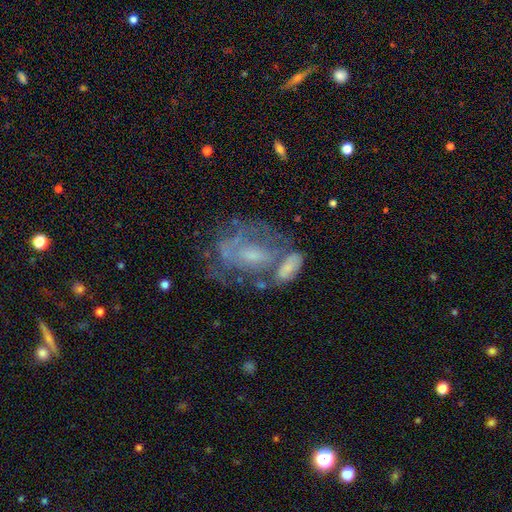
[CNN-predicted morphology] Smooth or featured? featured or disk (75%)
Edge-on disk? no (96%)
Bar? weak (42%)
Spiral arms? yes (84%)
Spiral winding? tight (46%)
Spiral arm count? 2 (51%)
Bulge size? small (64%)
Merging? none (51%)